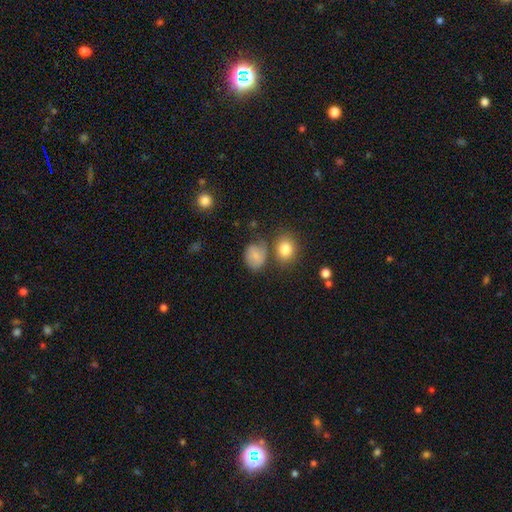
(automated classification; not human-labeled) This is likely a smooth galaxy (73%). How rounded: possibly in between (53%). Merging: possibly none (57%).